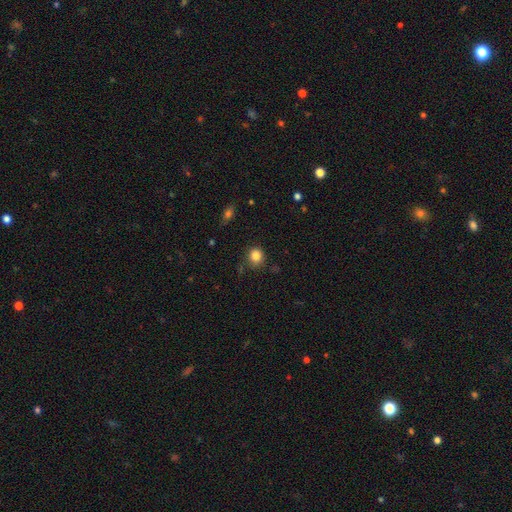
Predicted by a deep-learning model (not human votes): Morphology: type=smooth (83%); roundness=round (85%); merging=none (81%).